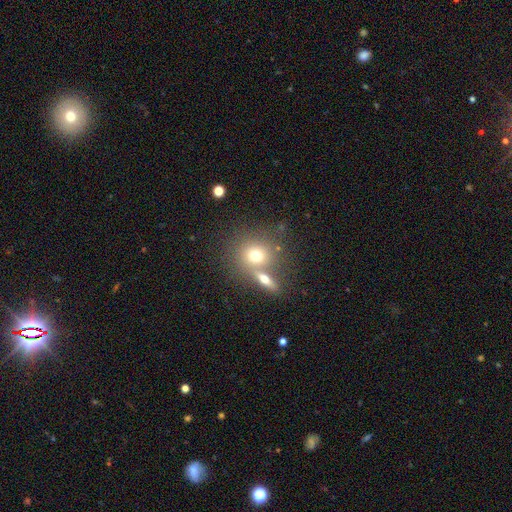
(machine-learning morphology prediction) This is likely a smooth galaxy (70%). How rounded: likely round (79%). Merging: possibly none (51%).